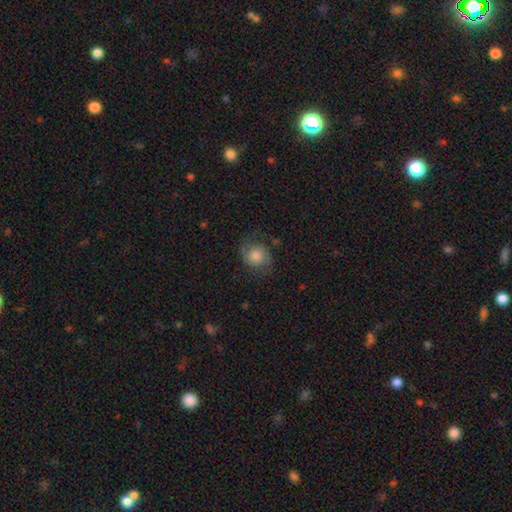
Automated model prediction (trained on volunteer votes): Smooth or featured? Predicted: featured or disk (p=0.51). Edge-on disk? Predicted: no (p=0.97). Merging? Predicted: none (p=0.71).